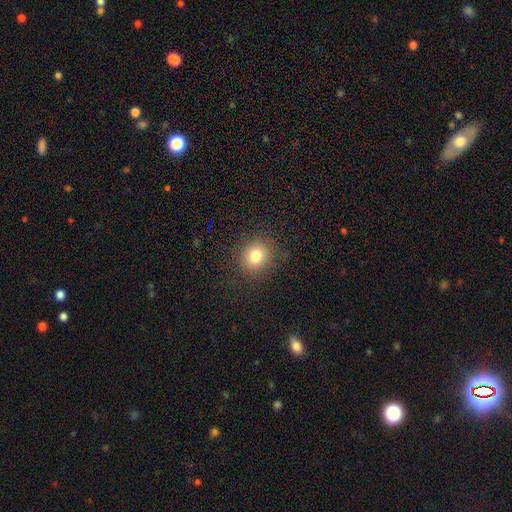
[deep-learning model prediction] smooth 79%, star or artifact 13%, featured or disk 8%. Down the decision tree: how rounded — round (83%); merging — none (87%).